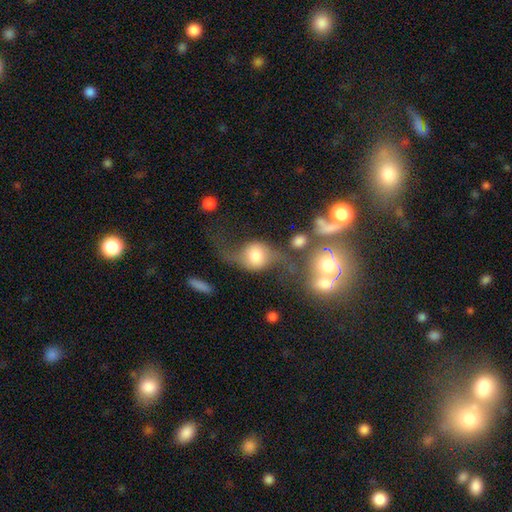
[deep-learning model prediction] Smooth or featured?
  - featured or disk: 55% *
  - smooth: 35%
  - star or artifact: 9%
Edge-on disk?
  - no: 89% *
  - yes: 11%
Merging?
  - none: 39% *
  - major disturbance: 25%
  - minor disturbance: 19%
  - merger: 17%